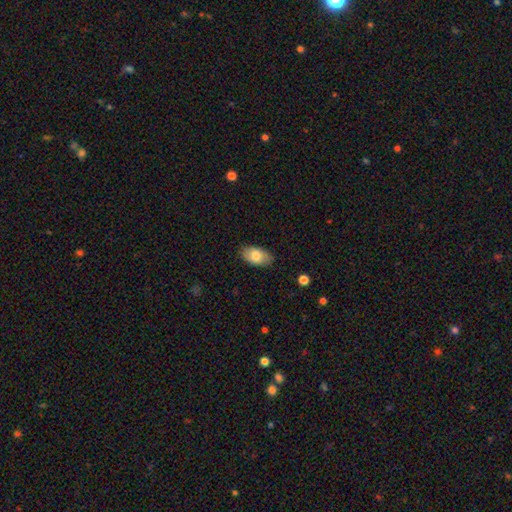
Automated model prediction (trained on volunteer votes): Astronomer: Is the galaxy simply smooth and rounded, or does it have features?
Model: smooth — 80%.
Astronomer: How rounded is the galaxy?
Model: in between — 94%.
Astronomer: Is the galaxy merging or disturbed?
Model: none — 85%.